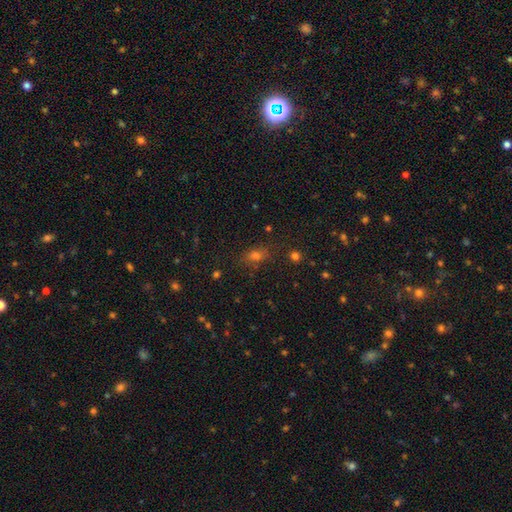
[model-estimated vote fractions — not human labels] Q: Smooth or featured?
A: smooth (61%); runner-up: star or artifact (28%)
Q: How rounded?
A: in between (61%); runner-up: round (33%)
Q: Merging?
A: none (77%); runner-up: minor disturbance (14%)